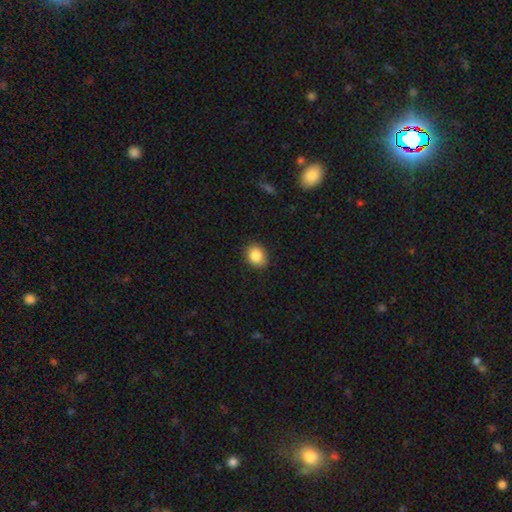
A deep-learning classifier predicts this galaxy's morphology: smooth_or_featured: smooth (p=0.86) [alt: star or artifact p=0.09]
how_rounded: in between (p=0.50) [alt: round p=0.49]
merging: none (p=0.86) [alt: minor disturbance p=0.11]